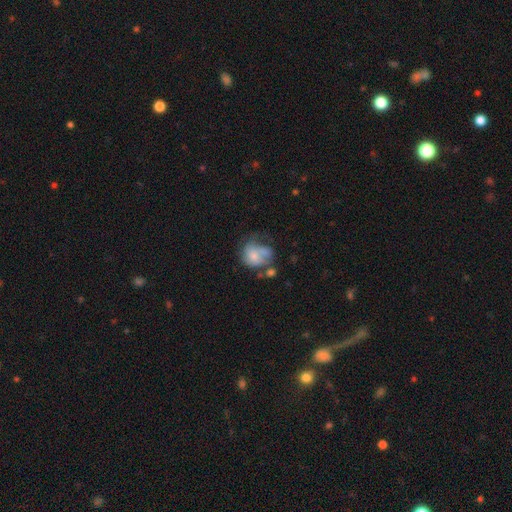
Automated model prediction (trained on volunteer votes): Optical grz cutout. It shows a smooth galaxy with no disk features (57%) that is round (54%). Merging: major disturbance (30%).